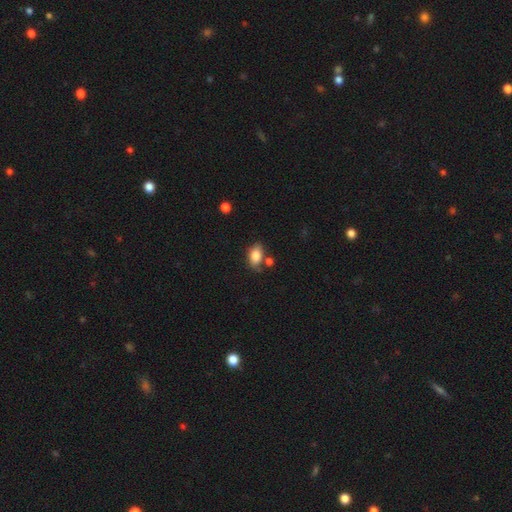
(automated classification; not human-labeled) This appears to be a smooth galaxy with no disk features (85%) that is in between round and cigar-shaped (87%). Merging: none (65%).